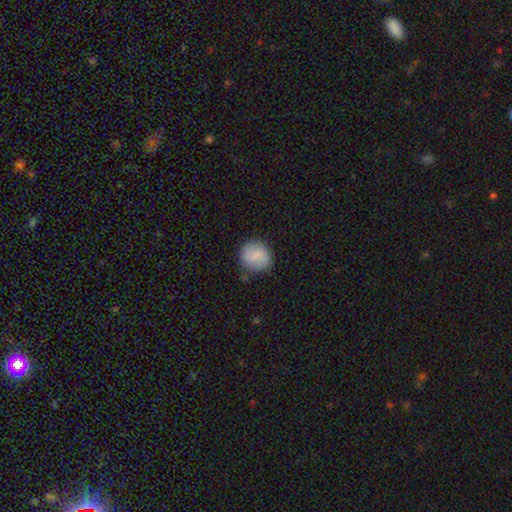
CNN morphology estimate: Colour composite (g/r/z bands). It shows a smooth galaxy with no disk features (76%) that is round (87%). Merging: none (78%).